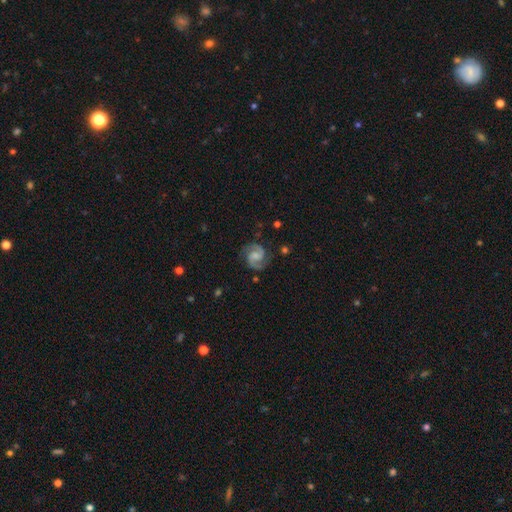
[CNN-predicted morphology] Smooth or featured: featured or disk — 89% (smooth — 6%)
Edge-on disk: no — 98% (yes — 2%)
Bar: no — 46% (weak — 44%)
Spiral arms: yes — 98% (no — 2%)
Spiral winding: medium — 59% (tight — 28%)
Spiral arm count: 2 — 94% (can't tell — 2%)
Bulge size: small — 38% (moderate — 37%)
Merging: none — 83% (minor disturbance — 12%)